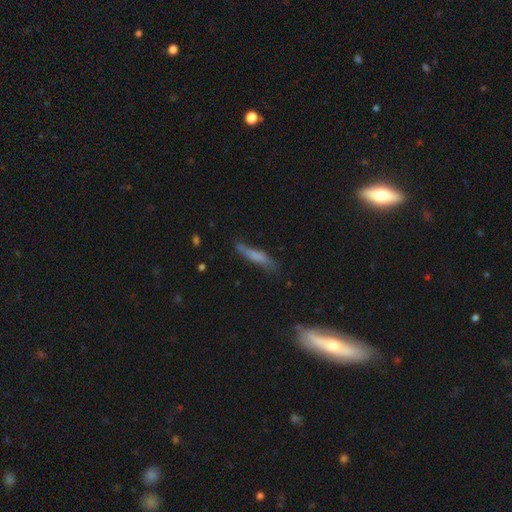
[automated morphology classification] The model was most divided on "smooth or featured": smooth: 59%, featured or disk: 33%, star or artifact: 8%. More confident: how rounded — cigar-shaped (88%); merging — none (67%).